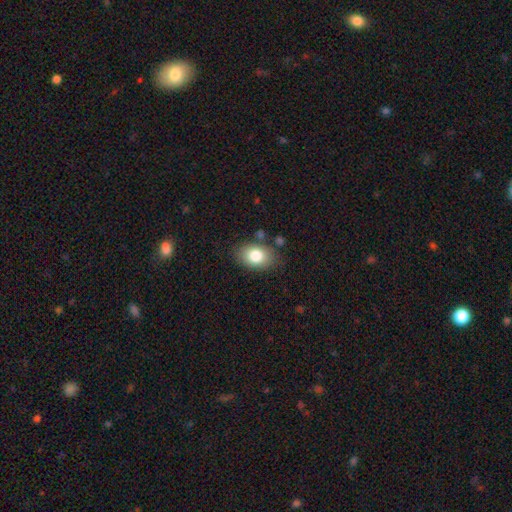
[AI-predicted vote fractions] Q: Smooth or featured?
A: smooth (81%); runner-up: featured or disk (11%)
Q: How rounded?
A: in between (82%); runner-up: round (17%)
Q: Merging?
A: none (78%); runner-up: minor disturbance (14%)